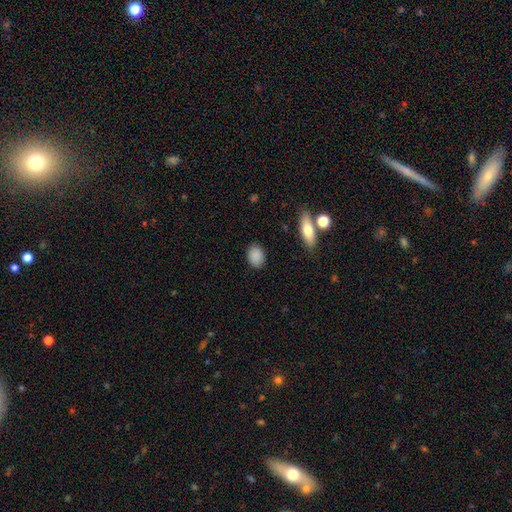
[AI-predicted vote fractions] The model was most divided on "how rounded": in between: 68%, round: 30%, cigar-shaped: 2%. More confident: smooth or featured — smooth (88%); merging — none (86%).